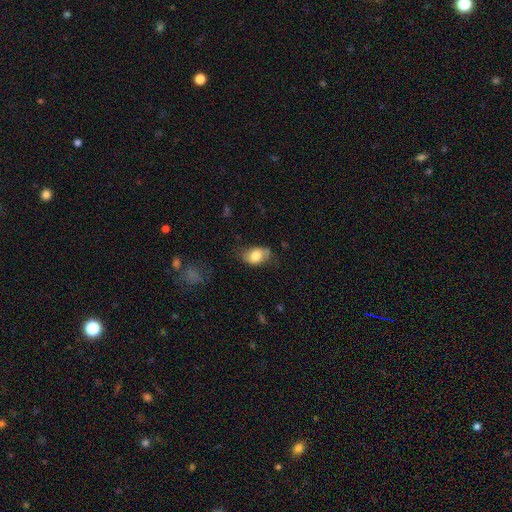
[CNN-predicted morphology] smooth-or-featured: smooth: 77% | featured or disk: 15% | star or artifact: 8%
  how-rounded: in between: 84% | round: 15% | cigar-shaped: 2%
  merging: none: 59% | minor disturbance: 29% | major disturbance: 9% | merger: 3%